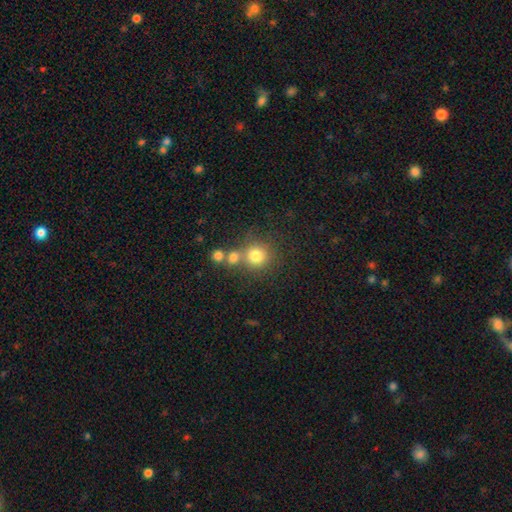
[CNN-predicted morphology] This appears to be a smooth galaxy with no disk features (77%) that is round (90%). Merging: none (58%).